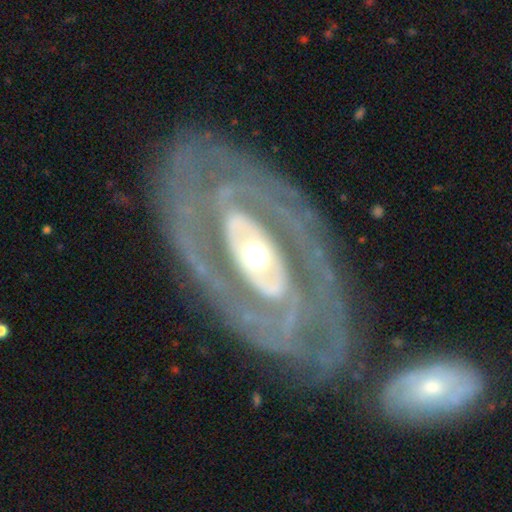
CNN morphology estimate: The model was most divided on "bar": no: 58%, weak: 23%, strong: 20%. More confident: edge-on disk — no (93%); smooth or featured — featured or disk (88%); spiral arms — yes (79%); merging — none (77%); bulge size — moderate (66%); spiral winding — tight (62%); spiral arm count — 2 (57%).